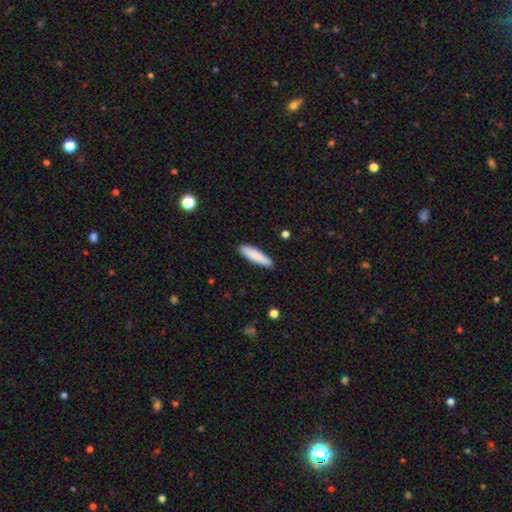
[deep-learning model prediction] smooth_or_featured: smooth (p=0.86) [alt: featured or disk p=0.08]
how_rounded: cigar-shaped (p=0.75) [alt: in between p=0.24]
merging: none (p=0.90) [alt: minor disturbance p=0.07]